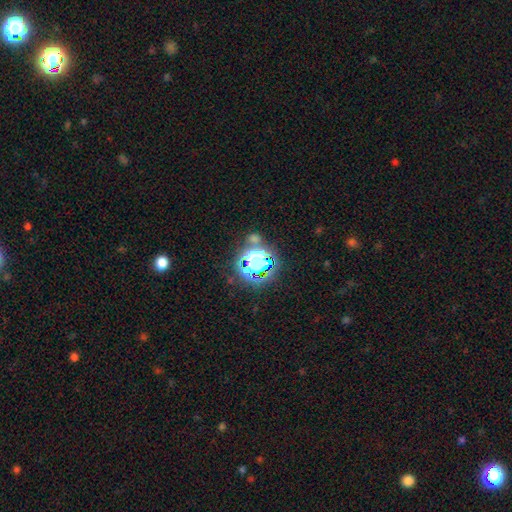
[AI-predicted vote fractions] star or artifact 76%, smooth 16%, featured or disk 8%.